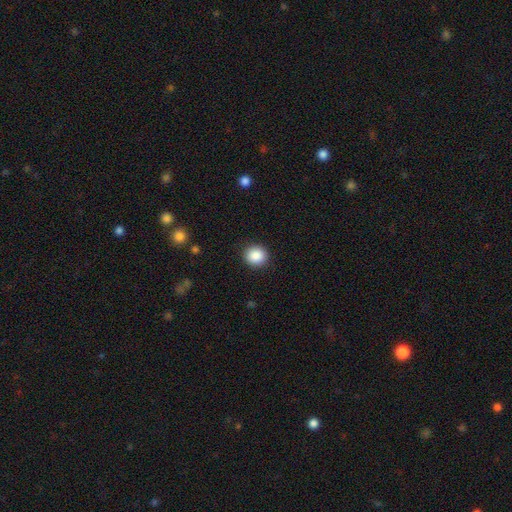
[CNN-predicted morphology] Q: Smooth or featured?
A: smooth (89%); runner-up: star or artifact (8%)
Q: How rounded?
A: round (87%); runner-up: in between (12%)
Q: Merging?
A: none (91%); runner-up: minor disturbance (6%)